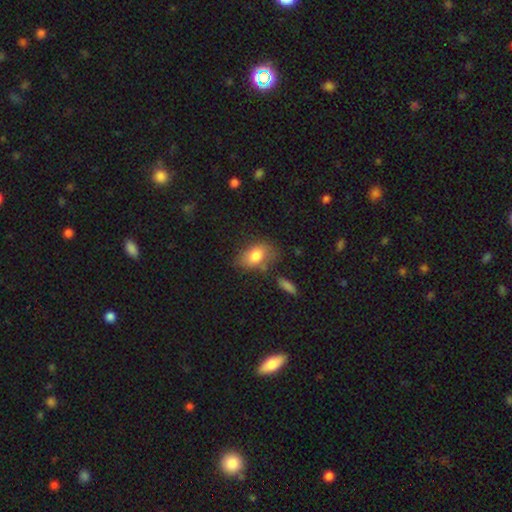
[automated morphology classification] Smooth or featured? smooth (78%)
How rounded? in between (87%)
Merging? none (61%)